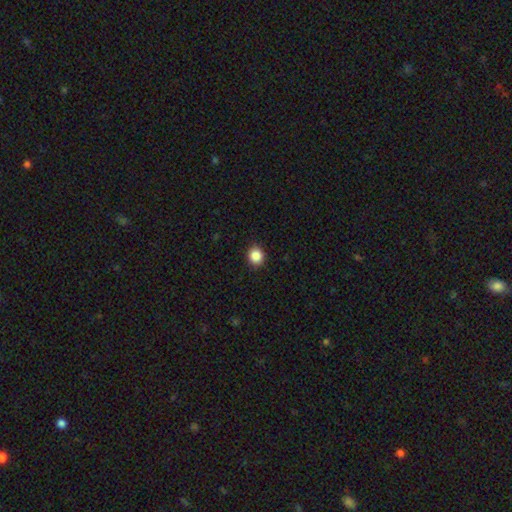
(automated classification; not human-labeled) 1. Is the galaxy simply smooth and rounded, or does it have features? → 87% smooth, 10% star or artifact, 3% featured or disk.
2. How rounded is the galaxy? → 85% round, 14% in between, 1% cigar-shaped.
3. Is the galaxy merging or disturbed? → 90% none, 7% minor disturbance, 2% major disturbance, 1% merger.